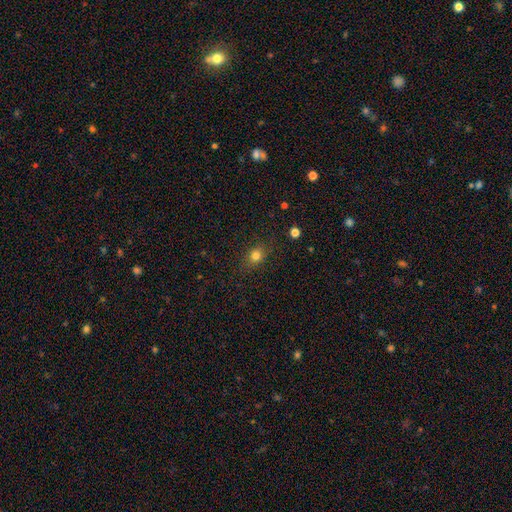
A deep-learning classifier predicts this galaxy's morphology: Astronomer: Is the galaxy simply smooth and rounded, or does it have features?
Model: smooth — 79%.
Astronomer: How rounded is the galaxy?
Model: round — 61% (runner-up: in between, 37%).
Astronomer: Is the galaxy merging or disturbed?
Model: none — 84%.